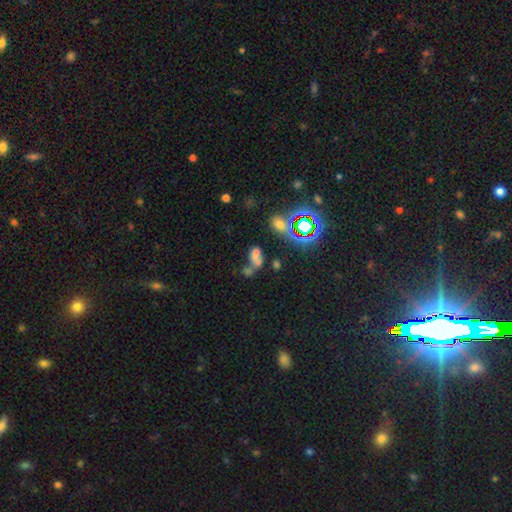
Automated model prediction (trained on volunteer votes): A smooth galaxy with no disk features (50%). Merging: merger (54%).